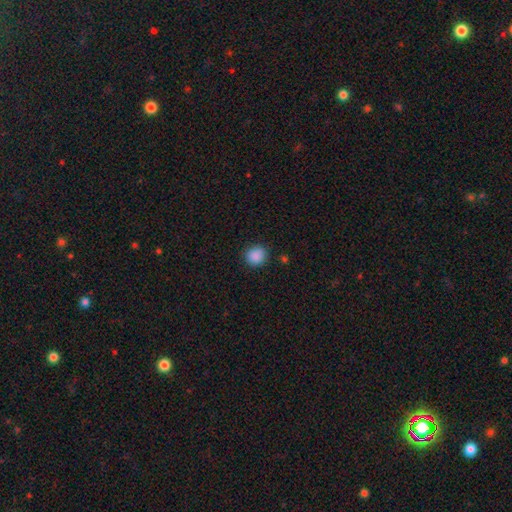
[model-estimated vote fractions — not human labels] The model was most divided on "how rounded": round: 88%, in between: 11%, cigar-shaped: 1%. More confident: smooth or featured — smooth (88%); merging — none (87%).